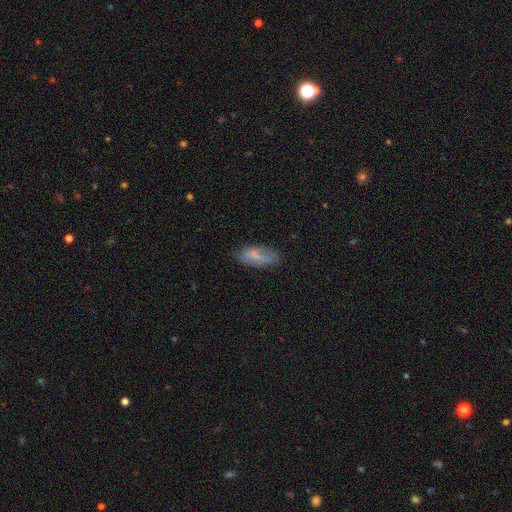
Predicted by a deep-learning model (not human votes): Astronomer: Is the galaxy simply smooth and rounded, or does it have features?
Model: smooth — 66%.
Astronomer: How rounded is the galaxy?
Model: in between — 80%.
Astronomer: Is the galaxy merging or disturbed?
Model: none — 70%.